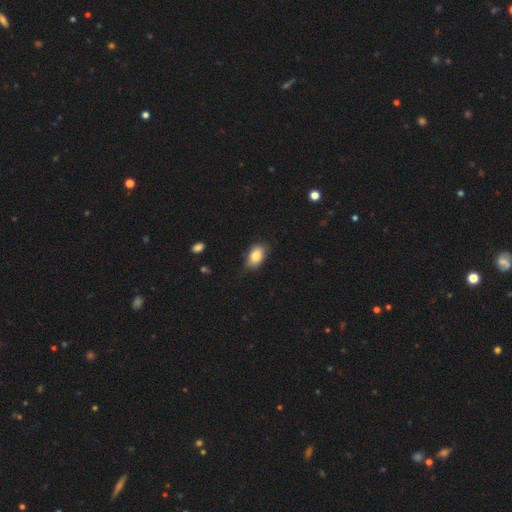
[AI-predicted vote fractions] smooth_or_featured: smooth (p=0.84) [alt: featured or disk p=0.09]
how_rounded: in between (p=0.88) [alt: round p=0.10]
merging: none (p=0.73) [alt: minor disturbance p=0.21]